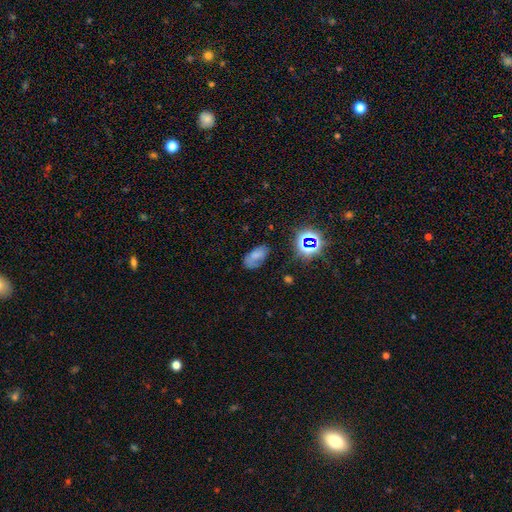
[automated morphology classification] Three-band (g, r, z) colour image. It shows a smooth galaxy with no disk features (60%) that is in between round and cigar-shaped (90%). Merging: none (56%).